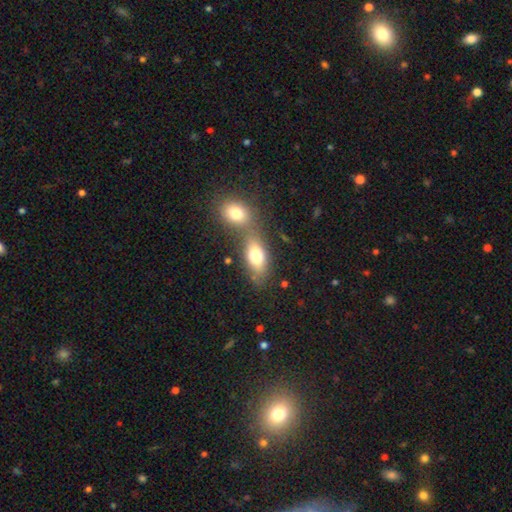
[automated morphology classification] A smooth galaxy with no disk features (75%) that is in between round and cigar-shaped (83%). Merging: merger (46%).